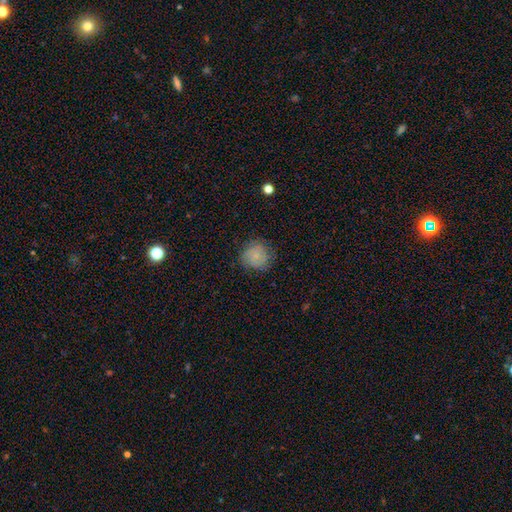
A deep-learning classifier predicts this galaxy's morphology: smooth_or_featured: smooth (p=0.73) [alt: featured or disk p=0.17]
how_rounded: round (p=0.88) [alt: in between p=0.11]
merging: none (p=0.74) [alt: minor disturbance p=0.19]